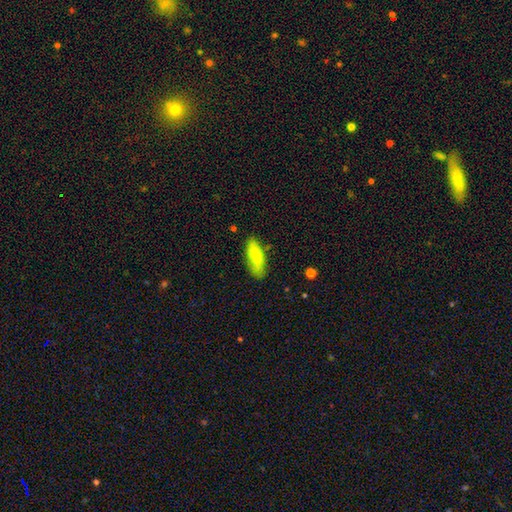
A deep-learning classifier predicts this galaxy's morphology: The model was most divided on "how rounded": in between: 68%, cigar-shaped: 30%, round: 2%. More confident: smooth or featured — smooth (81%); merging — none (75%).